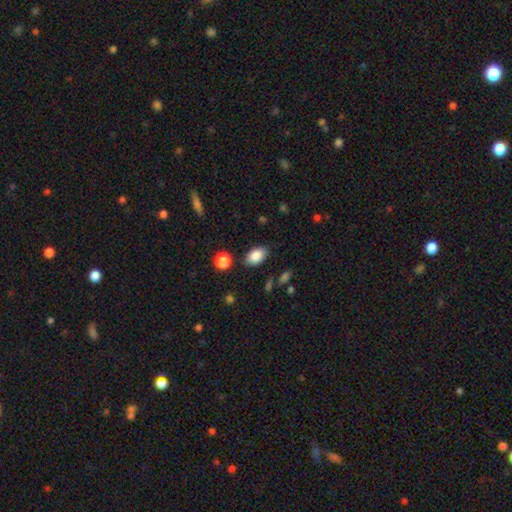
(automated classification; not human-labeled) Morphology: type=smooth (86%); roundness=in between (88%); merging=none (83%).